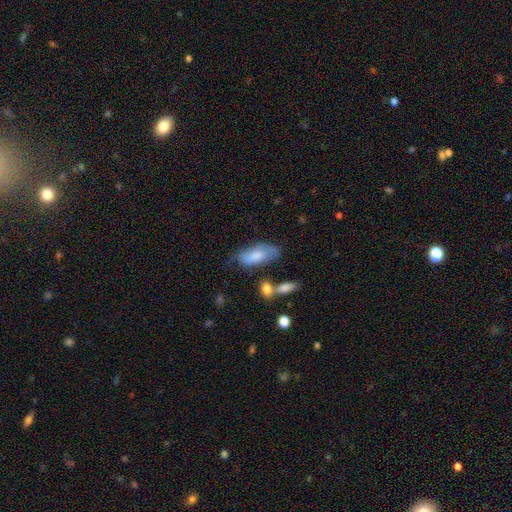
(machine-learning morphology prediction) Q: Smooth or featured?
A: smooth (70%); runner-up: featured or disk (24%)
Q: How rounded?
A: in between (85%); runner-up: cigar-shaped (13%)
Q: Merging?
A: none (52%); runner-up: minor disturbance (29%)